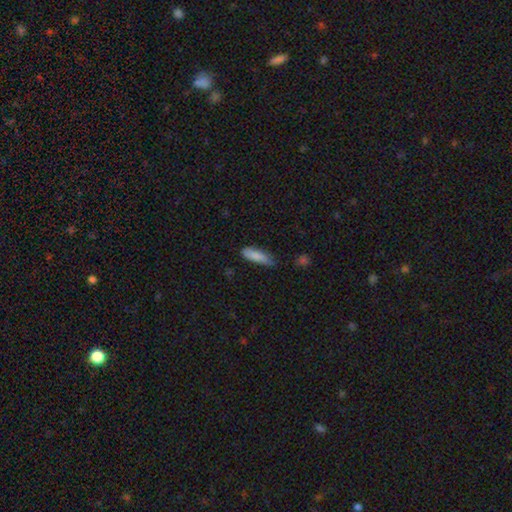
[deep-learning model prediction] Q: Smooth or featured?
A: smooth (85%); runner-up: featured or disk (8%)
Q: How rounded?
A: cigar-shaped (57%); runner-up: in between (41%)
Q: Merging?
A: none (65%); runner-up: minor disturbance (28%)